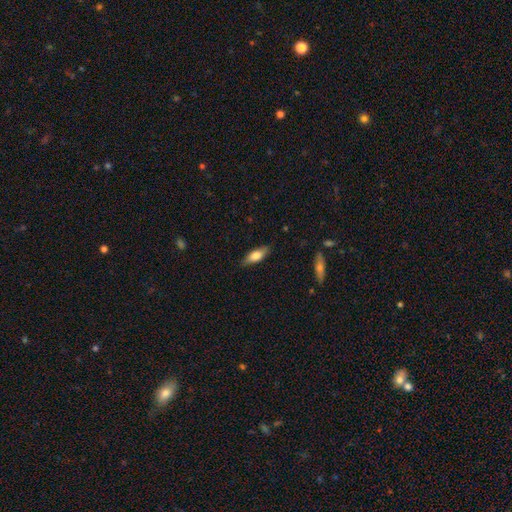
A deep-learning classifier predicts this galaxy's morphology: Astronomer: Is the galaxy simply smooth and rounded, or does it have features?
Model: smooth — 75%.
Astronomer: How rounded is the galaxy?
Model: in between — 69%.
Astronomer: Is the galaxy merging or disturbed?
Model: none — 82%.